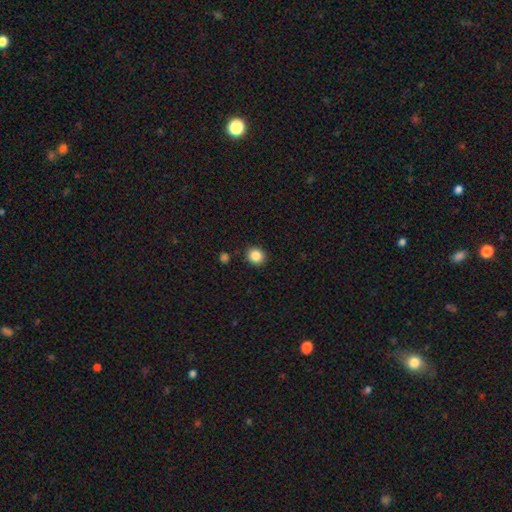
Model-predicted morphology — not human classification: Smooth or featured? smooth (86%)
How rounded? round (83%)
Merging? none (89%)